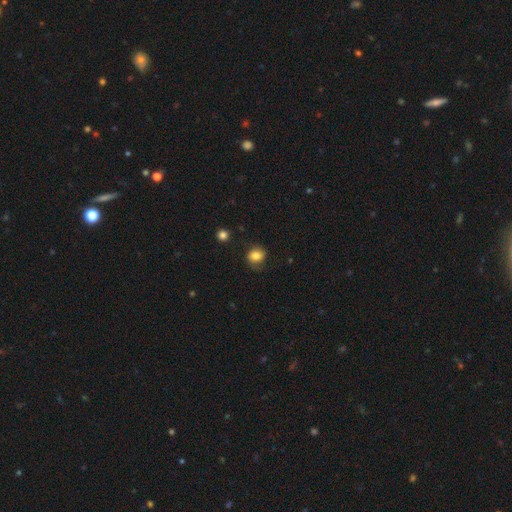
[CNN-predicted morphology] Smooth or featured: smooth — 82% (star or artifact — 10%)
How rounded: round — 61% (in between — 38%)
Merging: none — 76% (minor disturbance — 17%)